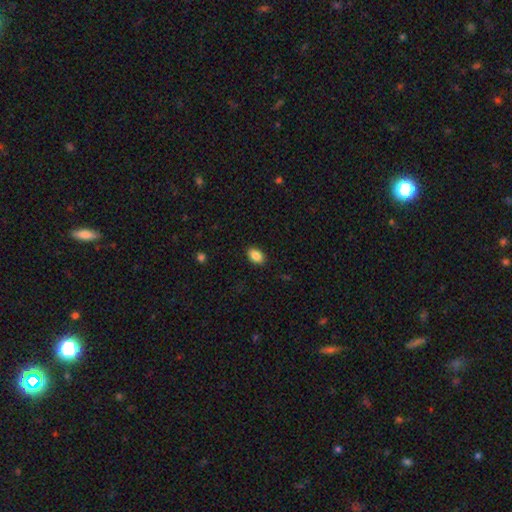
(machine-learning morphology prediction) smooth-or-featured: smooth: 87% | star or artifact: 8% | featured or disk: 5%
  how-rounded: in between: 87% | round: 12% | cigar-shaped: 1%
  merging: none: 89% | minor disturbance: 8% | major disturbance: 2% | merger: 1%